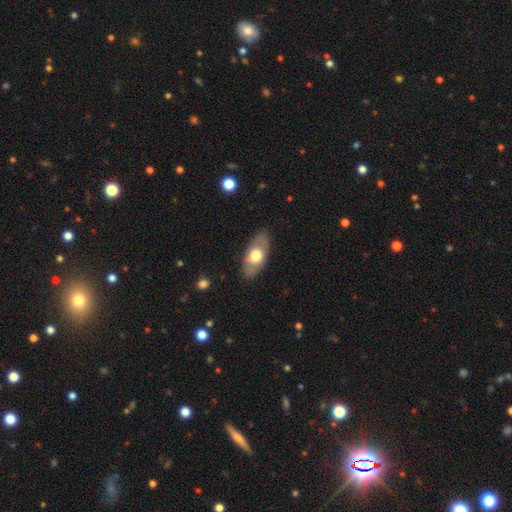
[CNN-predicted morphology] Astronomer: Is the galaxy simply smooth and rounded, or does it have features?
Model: smooth — 56% (runner-up: featured or disk, 39%).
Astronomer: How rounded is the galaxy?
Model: in between — 89%.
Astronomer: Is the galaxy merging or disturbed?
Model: none — 84%.